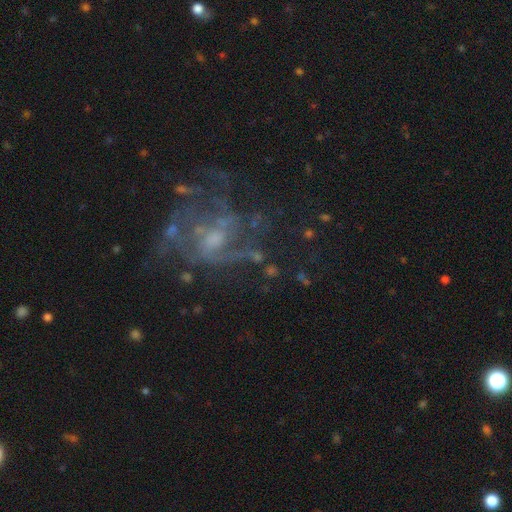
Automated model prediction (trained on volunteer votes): Morphology: type=featured or disk (69%); edge-on=no (97%); bar=no (57%); spiral arms=yes (74%); bulge=moderate (41%); merging=none (48%).